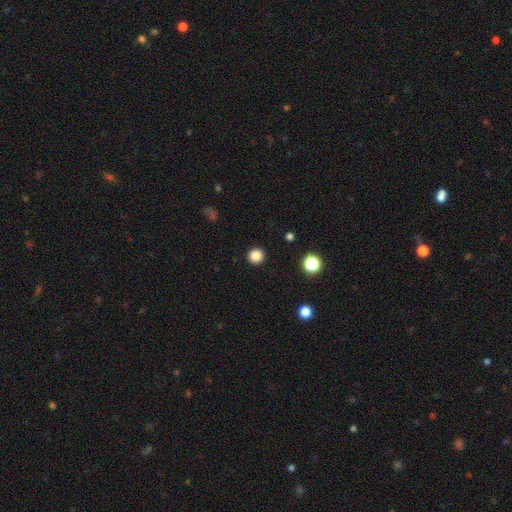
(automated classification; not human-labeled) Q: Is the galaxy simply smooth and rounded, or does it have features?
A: smooth — 85%.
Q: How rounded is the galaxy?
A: round — 95%.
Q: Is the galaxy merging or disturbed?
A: none — 93%.